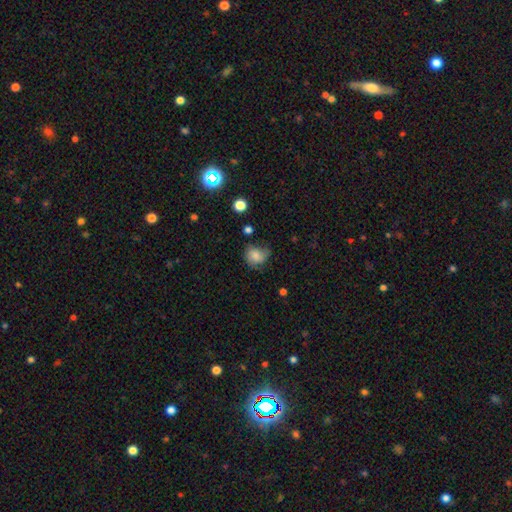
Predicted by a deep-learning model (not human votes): Q: Smooth or featured?
A: smooth (69%); runner-up: featured or disk (21%)
Q: How rounded?
A: round (66%); runner-up: in between (33%)
Q: Merging?
A: none (48%); runner-up: minor disturbance (33%)